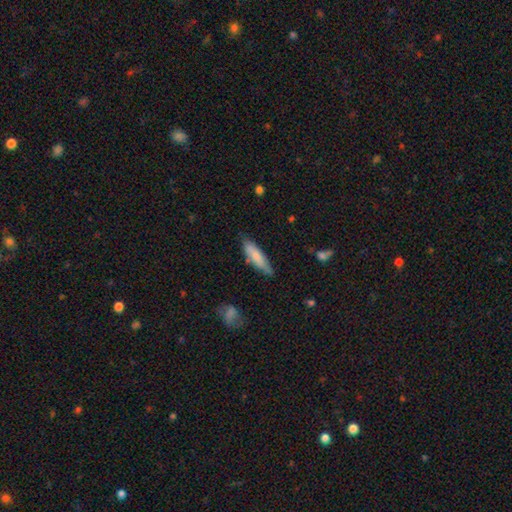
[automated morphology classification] A smooth galaxy with no disk features (75%) that is cigar-shaped (70%). Merging: none (74%).